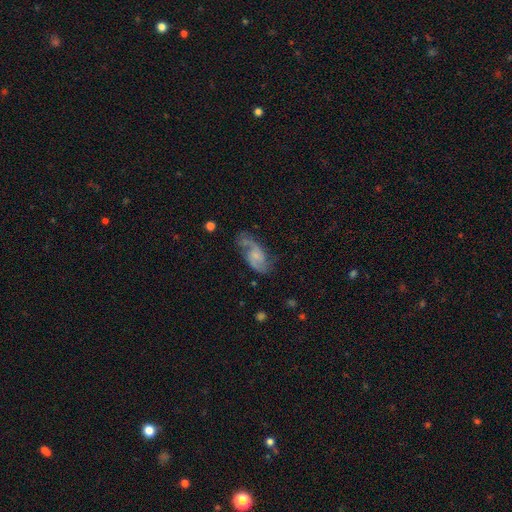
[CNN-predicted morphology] smooth-or-featured: featured or disk: 77% | smooth: 16% | star or artifact: 7%
  disk-edge-on: no: 96% | yes: 4%
    bar: no: 59% | weak: 35% | strong: 6%
    has-spiral-arms: yes: 94% | no: 6%
      spiral-winding: loose: 44% | medium: 43% | tight: 13%
      spiral-arm-count: 2: 86% | can't tell: 5% | 1: 5% | 3: 2% | 4: 1% | more than 4: 1%
    bulge-size: small: 48% | none: 28% | moderate: 20% | large: 3% | dominant: 1%
  merging: none: 61% | minor disturbance: 22% | major disturbance: 14% | merger: 2%